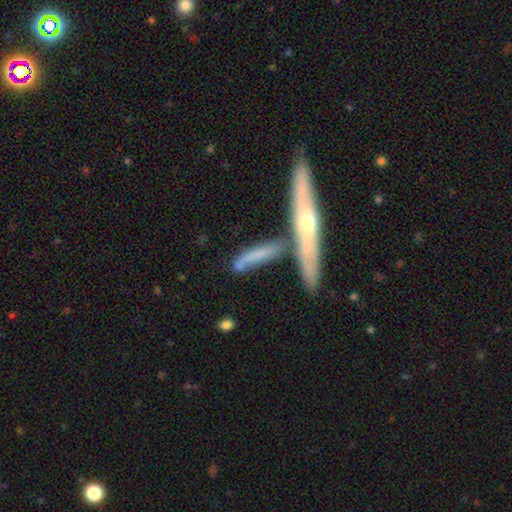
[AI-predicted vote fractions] Morphology: type=featured or disk (47%); merging=none (58%).